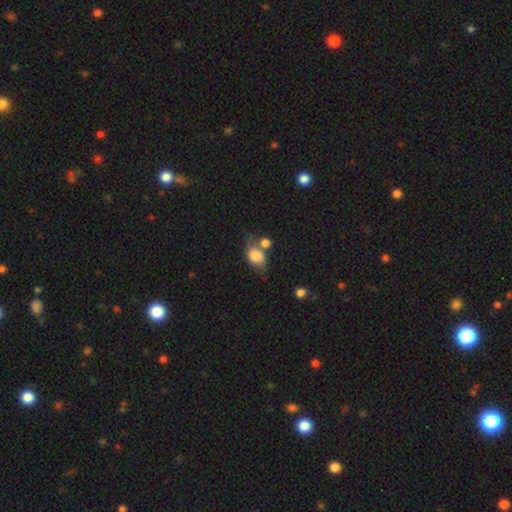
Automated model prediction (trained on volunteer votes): smooth 76%, featured or disk 15%, star or artifact 8%. Down the decision tree: how rounded — in between (75%); merging — none (41%).